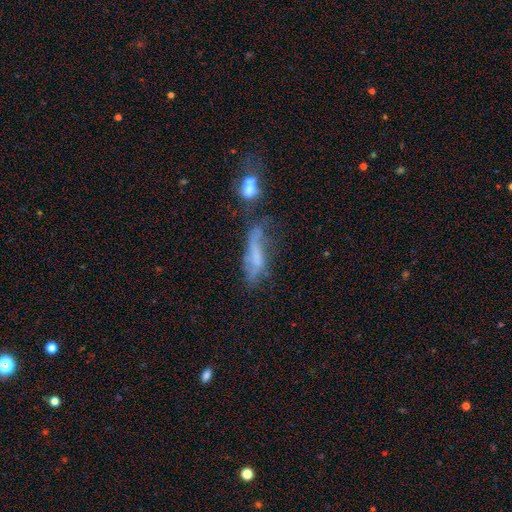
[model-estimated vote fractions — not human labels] Morphology: type=featured or disk (44%); merging=none (30%).